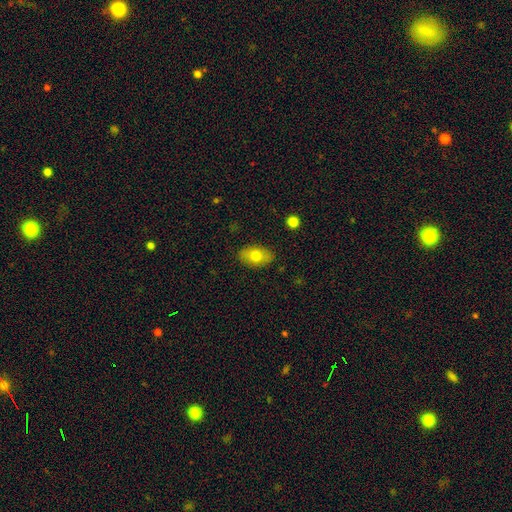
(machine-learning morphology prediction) smooth_or_featured: smooth (p=0.74) [alt: featured or disk p=0.19]
how_rounded: in between (p=0.89) [alt: round p=0.10]
merging: none (p=0.85) [alt: minor disturbance p=0.11]